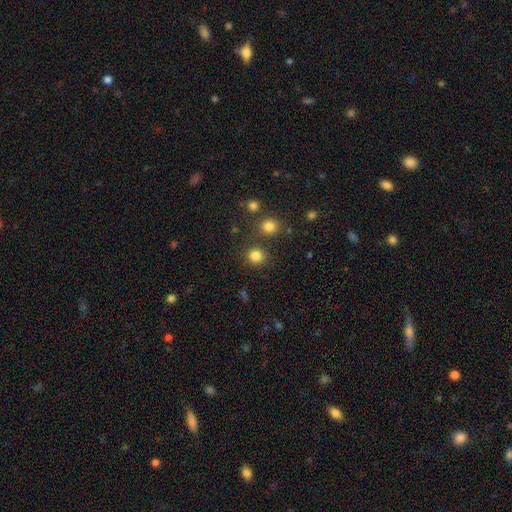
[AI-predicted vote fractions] The model was most divided on "smooth or featured": smooth: 82%, star or artifact: 13%, featured or disk: 5%. More confident: how rounded — round (87%); merging — none (80%).